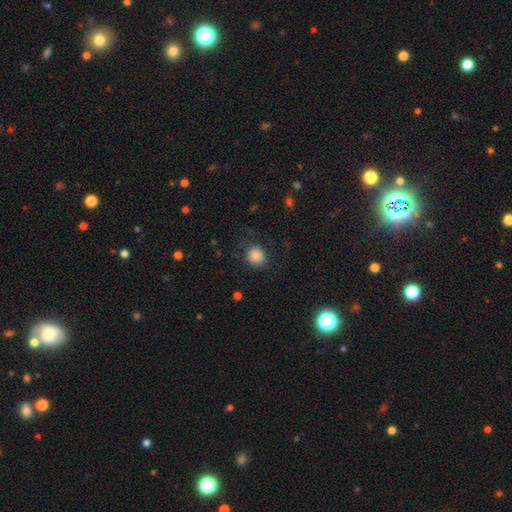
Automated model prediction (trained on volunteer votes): A smooth galaxy with no disk features (85%) that is round (80%). Merging: none (74%).